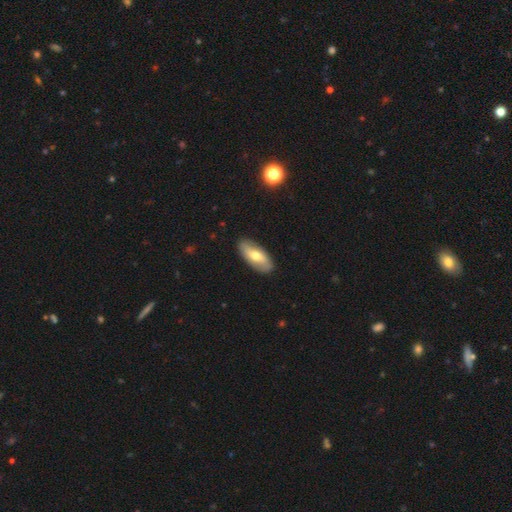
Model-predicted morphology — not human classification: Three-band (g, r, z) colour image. It shows a smooth galaxy with no disk features (54%) that is in between round and cigar-shaped (88%). Merging: none (87%).